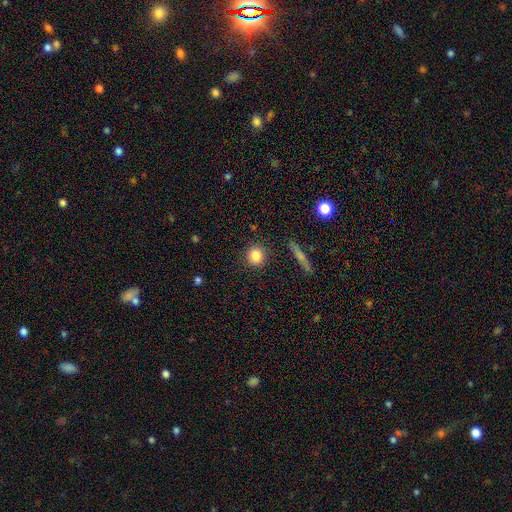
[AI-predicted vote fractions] smooth-or-featured: smooth: 84% | star or artifact: 10% | featured or disk: 6%
  how-rounded: round: 90% | in between: 9% | cigar-shaped: 2%
  merging: none: 88% | minor disturbance: 7% | major disturbance: 2% | merger: 2%